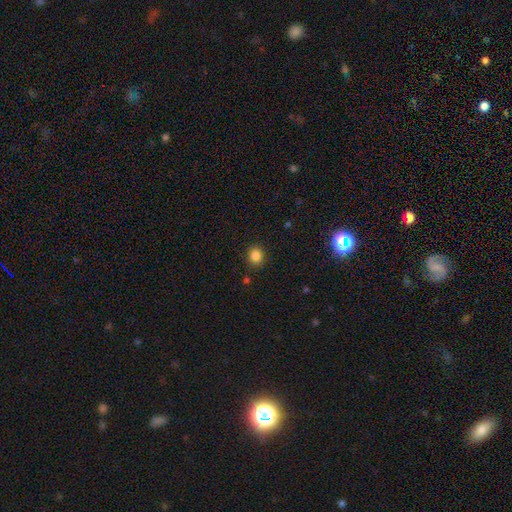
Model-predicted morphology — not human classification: This is clearly a smooth galaxy (85%). How rounded: likely round (75%). Merging: clearly none (88%).